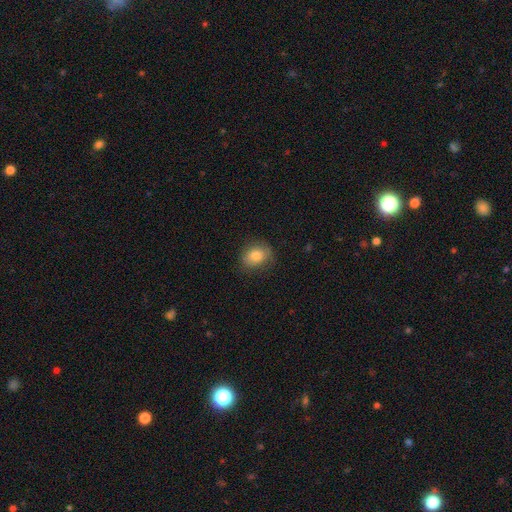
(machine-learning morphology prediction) Q: Smooth or featured?
A: smooth (82%); runner-up: featured or disk (9%)
Q: How rounded?
A: in between (54%); runner-up: round (45%)
Q: Merging?
A: none (78%); runner-up: minor disturbance (17%)